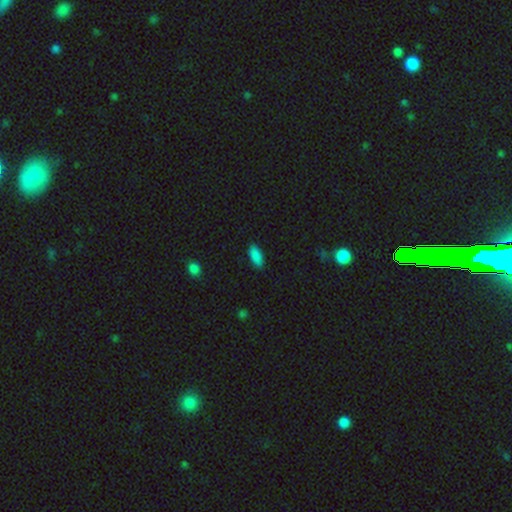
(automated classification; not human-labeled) This is clearly a smooth galaxy (87%). How rounded: clearly in between (84%). Merging: clearly none (88%).